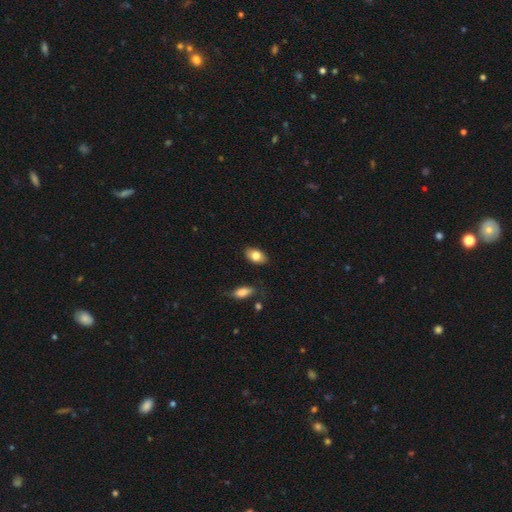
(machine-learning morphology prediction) A smooth galaxy with no disk features (81%) that is in between round and cigar-shaped (89%).

Vote fractions:
- Smooth or featured? smooth: 81% / featured or disk: 12% / star or artifact: 7%
- How rounded? in between: 89% / round: 9% / cigar-shaped: 2%
- Merging? none: 85% / minor disturbance: 11% / major disturbance: 2% / merger: 2%